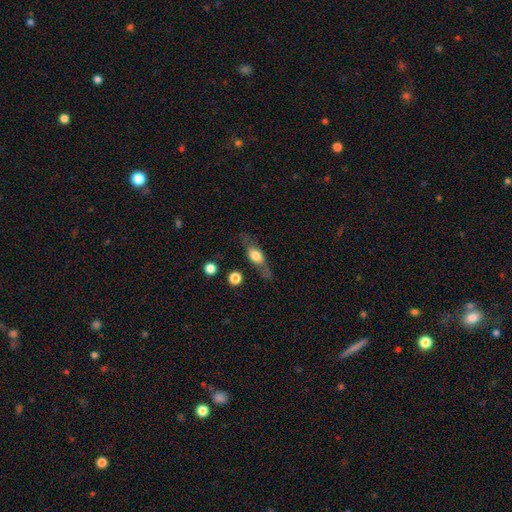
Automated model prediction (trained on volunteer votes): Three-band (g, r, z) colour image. It shows a smooth galaxy with no disk features (54%) that is in between round and cigar-shaped (59%). Merging: none (62%).